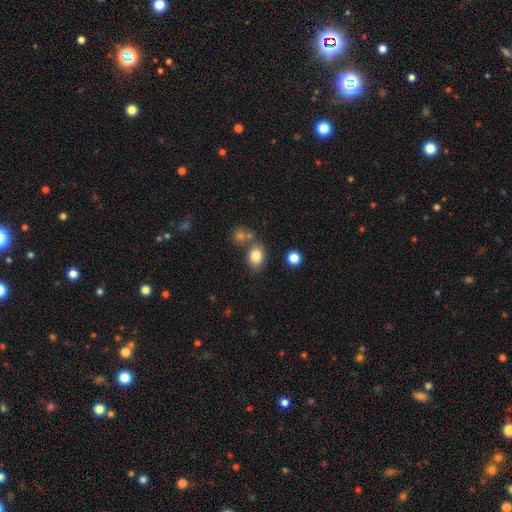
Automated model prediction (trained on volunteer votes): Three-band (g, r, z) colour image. It shows a smooth galaxy with no disk features (83%) that is in between round and cigar-shaped (62%). Merging: none (69%).